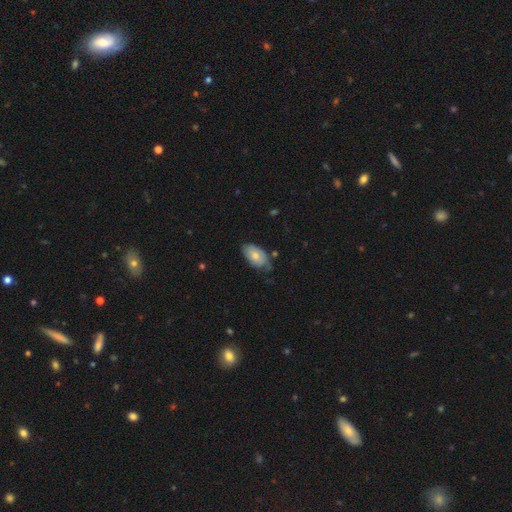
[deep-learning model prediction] The model was most divided on "merging": none: 54%, minor disturbance: 35%, major disturbance: 8%, merger: 3%. More confident: how rounded — in between (93%); smooth or featured — smooth (69%).